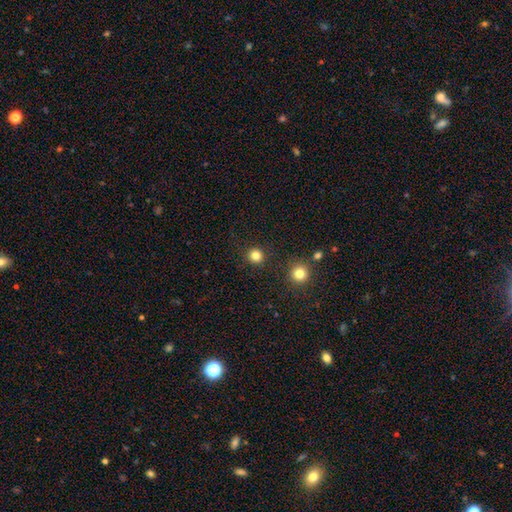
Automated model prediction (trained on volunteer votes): The model was most divided on "smooth or featured": smooth: 82%, star or artifact: 14%, featured or disk: 4%. More confident: how rounded — round (94%); merging — none (91%).